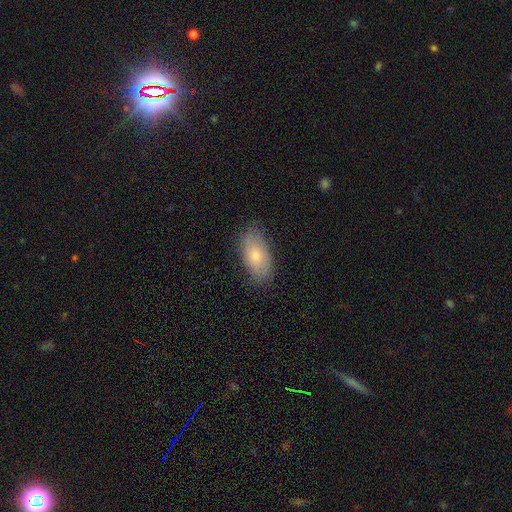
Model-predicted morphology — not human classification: A smooth galaxy with no disk features (74%) that is in between round and cigar-shaped (93%).

Vote fractions:
- Smooth or featured? smooth: 74% / featured or disk: 19% / star or artifact: 7%
- How rounded? in between: 93% / round: 4% / cigar-shaped: 3%
- Merging? none: 80% / minor disturbance: 16% / major disturbance: 4% / merger: 1%